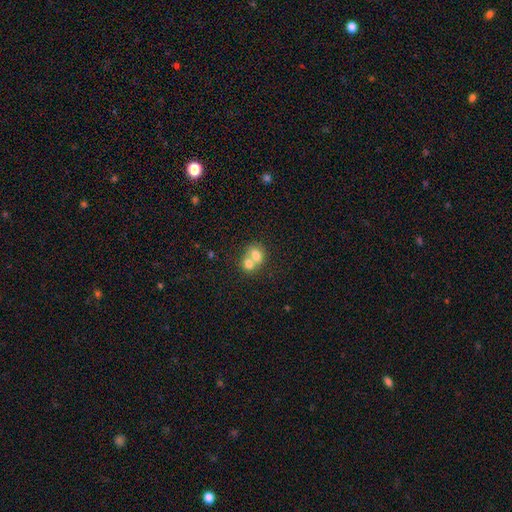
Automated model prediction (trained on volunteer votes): Overall: smooth (72%). How rounded: round (54%; in between 45%). Merging: merger (71%).